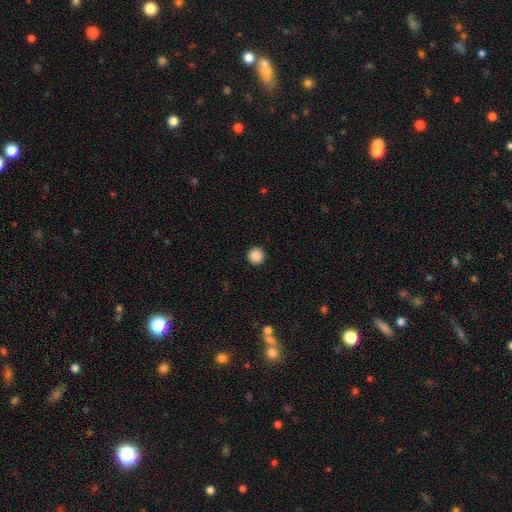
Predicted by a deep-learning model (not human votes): Morphology: type=smooth (89%); roundness=round (96%); merging=none (93%).